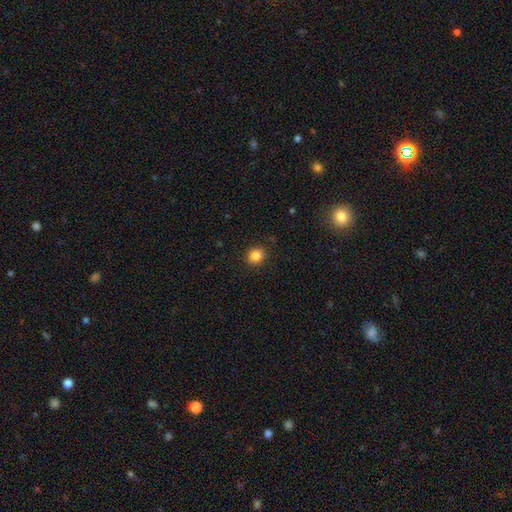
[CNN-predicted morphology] Smooth or featured? smooth (84%)
How rounded? round (85%)
Merging? none (90%)